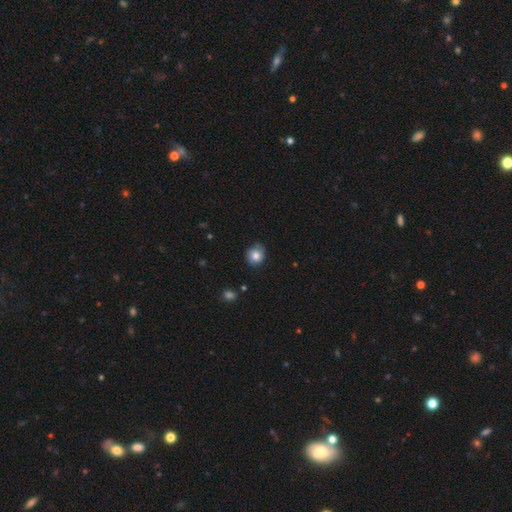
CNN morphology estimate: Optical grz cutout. It shows a smooth galaxy with no disk features (79%) that is round (81%). Merging: none (73%).